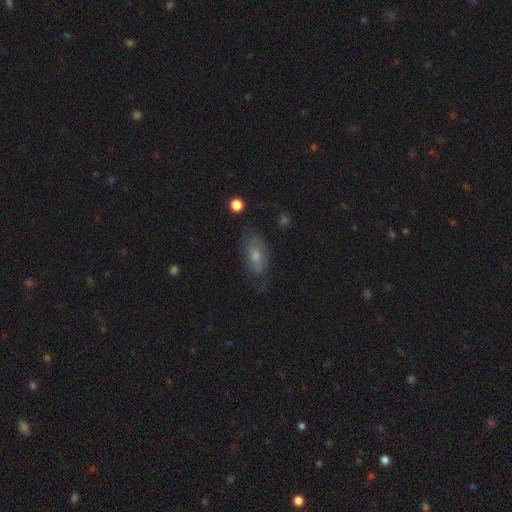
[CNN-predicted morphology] Smooth or featured? Predicted: smooth (p=0.47). Merging? Predicted: none (p=0.68).